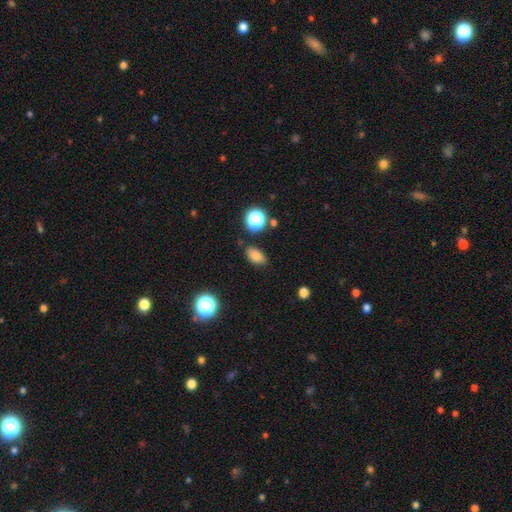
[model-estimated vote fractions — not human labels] Overall: smooth (80%). How rounded: in between (87%). Merging: none (82%).